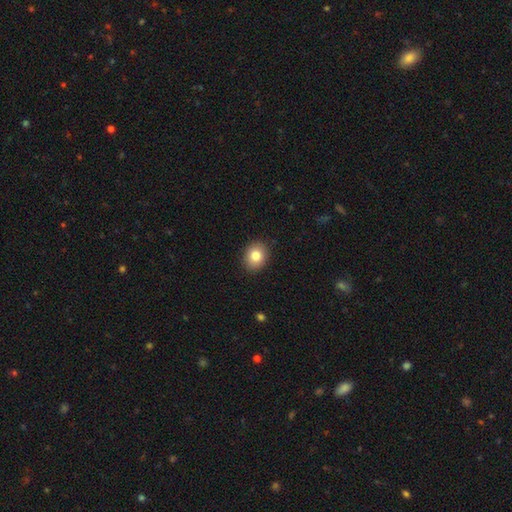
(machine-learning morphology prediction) This appears to be a smooth galaxy with no disk features (83%) that is round (57%). Merging: none (89%).